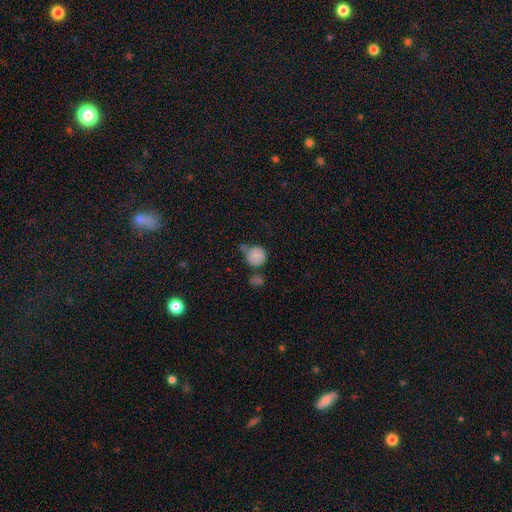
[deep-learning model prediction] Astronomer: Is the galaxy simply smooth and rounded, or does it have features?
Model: smooth — 84%.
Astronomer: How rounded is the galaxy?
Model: round — 87%.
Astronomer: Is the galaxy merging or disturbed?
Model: none — 49% (runner-up: merger, 24%).